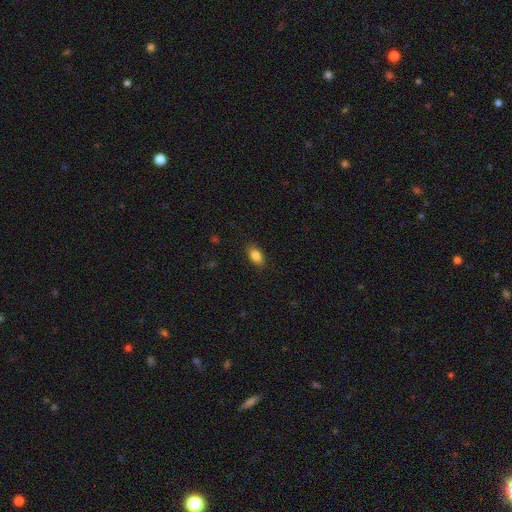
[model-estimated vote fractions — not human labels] smooth-or-featured: smooth: 85% | star or artifact: 8% | featured or disk: 6%
  how-rounded: in between: 88% | round: 9% | cigar-shaped: 3%
  merging: none: 87% | minor disturbance: 9% | major disturbance: 2% | merger: 1%